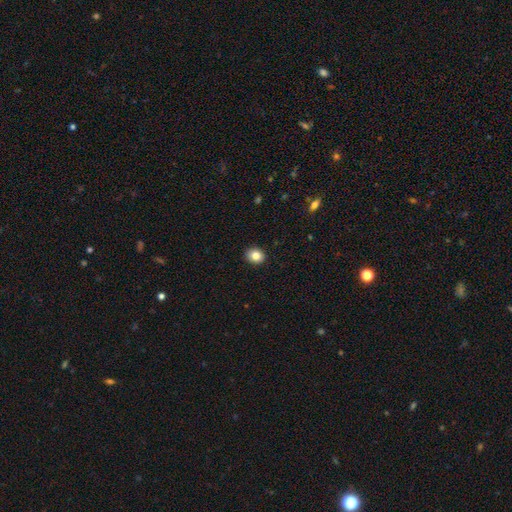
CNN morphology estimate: The model was most divided on "how rounded": round: 63%, in between: 37%, cigar-shaped: 1%. More confident: merging — none (91%); smooth or featured — smooth (84%).